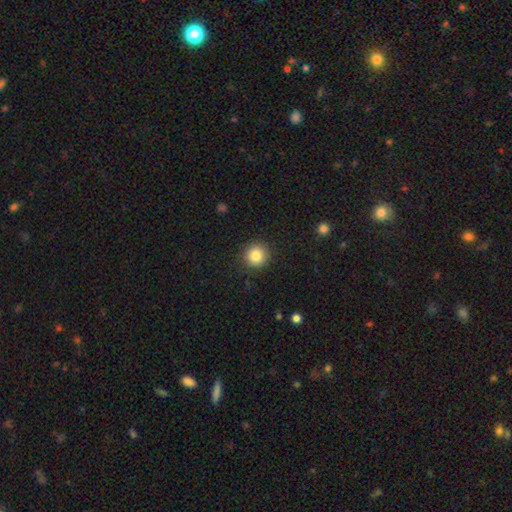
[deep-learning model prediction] Overall: smooth (85%). How rounded: round (94%). Merging: none (90%).